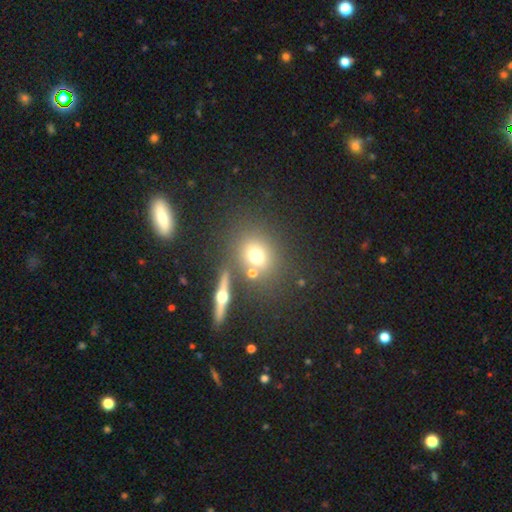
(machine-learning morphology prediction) Q: Smooth or featured?
A: smooth (61%); runner-up: featured or disk (23%)
Q: How rounded?
A: round (73%); runner-up: in between (24%)
Q: Merging?
A: none (67%); runner-up: merger (19%)